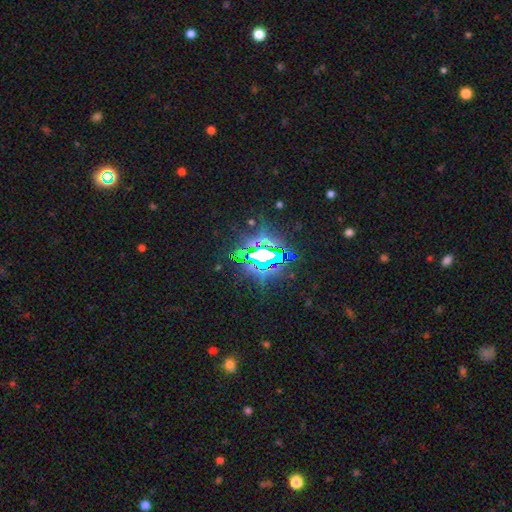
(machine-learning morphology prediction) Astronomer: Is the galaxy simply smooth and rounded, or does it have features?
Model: star or artifact — 80%.